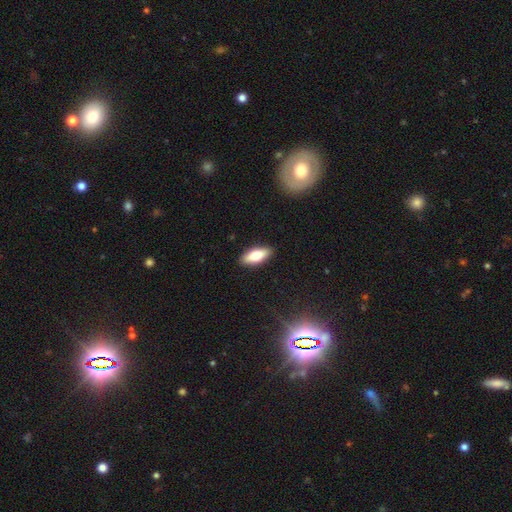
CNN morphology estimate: smooth_or_featured: smooth (p=0.71) [alt: featured or disk p=0.22]
how_rounded: in between (p=0.76) [alt: cigar-shaped p=0.22]
merging: none (p=0.89) [alt: minor disturbance p=0.08]